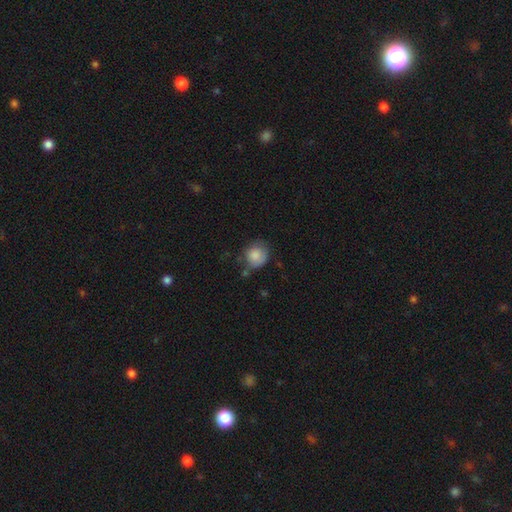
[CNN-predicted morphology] Smooth or featured? smooth (84%)
How rounded? round (82%)
Merging? none (56%)